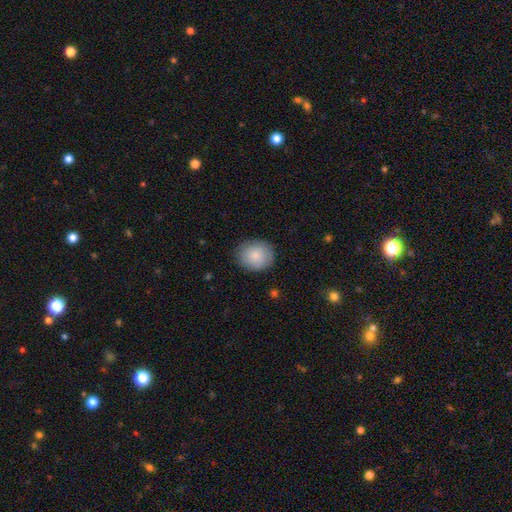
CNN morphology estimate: type=smooth (85%); roundness=round (71%); merging=none (83%).